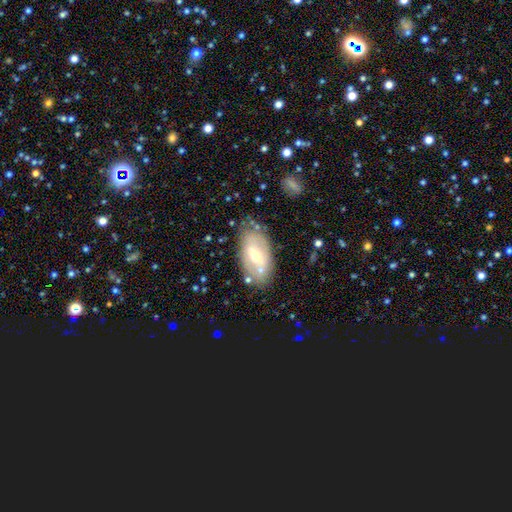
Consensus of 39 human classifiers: Smooth or featured?
  - featured or disk: 51% *
  - smooth: 46%
  - star or artifact: 3%
Edge-on disk?
  - no: 95% *
  - yes: 5%
Bar?
  - weak: 63% *
  - no: 21%
  - strong: 16%
Spiral arms?
  - no: 74% *
  - yes: 26%
Bulge size?
  - moderate: 53% *
  - small: 42%
  - none: 5%
  - dominant: 0%
  - large: 0%
Merging?
  - none: 82% *
  - minor disturbance: 18%
  - major disturbance: 0%
  - merger: 0%